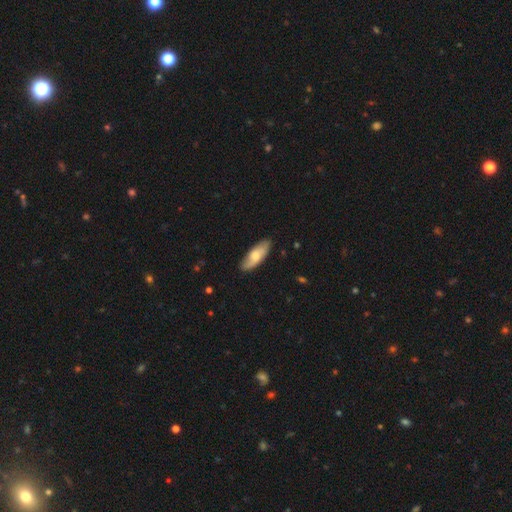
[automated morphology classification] This appears to be a smooth galaxy with no disk features (63%) that is in between round and cigar-shaped (72%). Merging: none (84%).